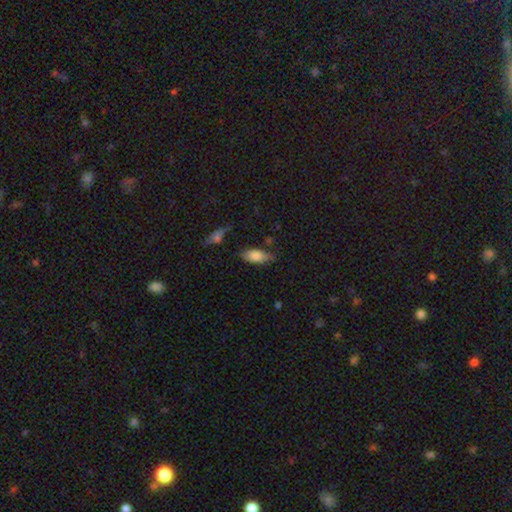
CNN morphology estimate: Q: Smooth or featured?
A: smooth (80%); runner-up: featured or disk (12%)
Q: How rounded?
A: in between (84%); runner-up: cigar-shaped (13%)
Q: Merging?
A: none (69%); runner-up: minor disturbance (22%)